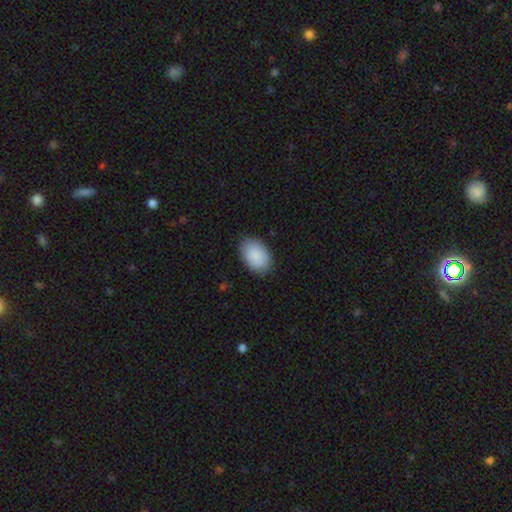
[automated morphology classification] A smooth galaxy with no disk features (89%) that is in between round and cigar-shaped (88%). Merging: none (85%).